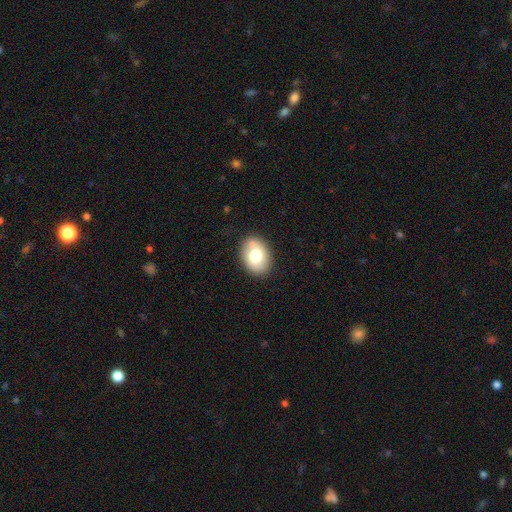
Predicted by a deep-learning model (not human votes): smooth-or-featured: smooth: 73% | featured or disk: 20% | star or artifact: 7%
  how-rounded: in between: 76% | round: 23% | cigar-shaped: 1%
  merging: none: 79% | minor disturbance: 13% | merger: 4% | major disturbance: 3%